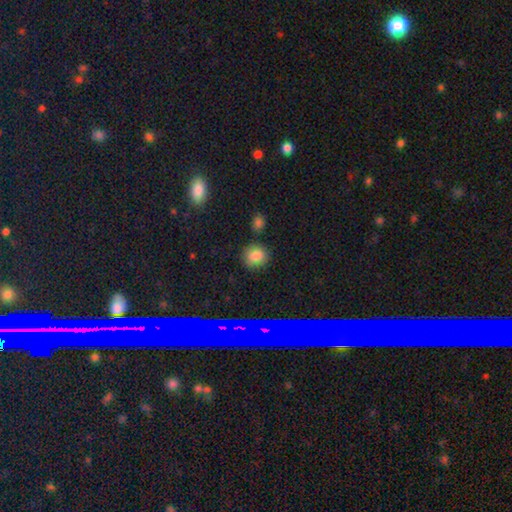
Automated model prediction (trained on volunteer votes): The model was most divided on "smooth or featured": smooth: 79%, star or artifact: 15%, featured or disk: 6%. More confident: how rounded — round (86%); merging — none (84%).